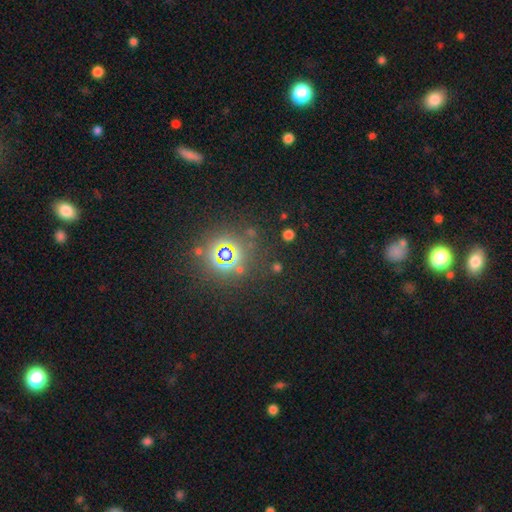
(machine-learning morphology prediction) A smooth galaxy with no disk features (47%).

Vote fractions:
- Smooth or featured? smooth: 47% / star or artifact: 43% / featured or disk: 10%
- Merging? none: 83% / minor disturbance: 8% / merger: 5% / major disturbance: 4%